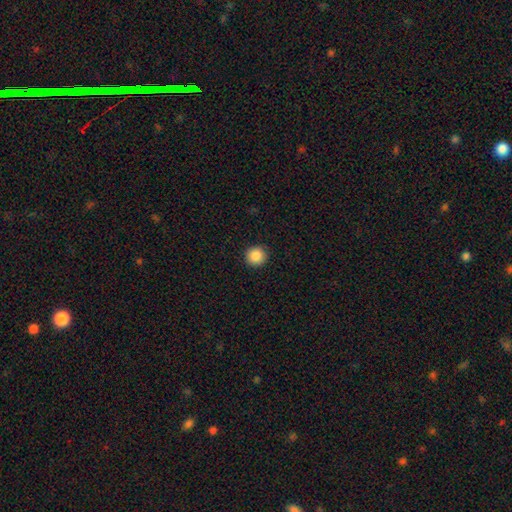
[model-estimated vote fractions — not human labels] This appears to be a smooth galaxy with no disk features (87%) that is round (94%). Merging: none (92%).